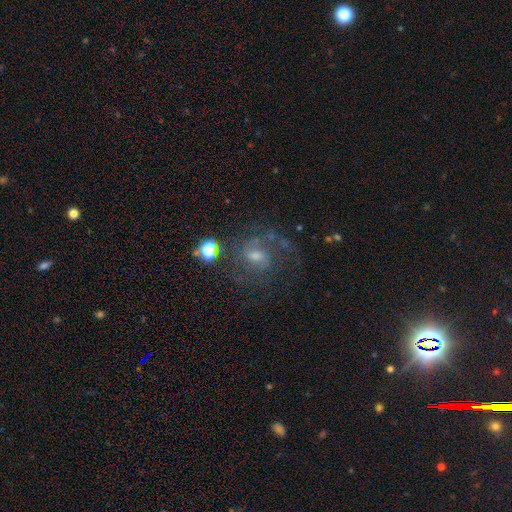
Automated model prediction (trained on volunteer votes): This appears to be a featured or disk galaxy (65%) with a weak bar (48%), 2 (44%) medium (48%) spiral arms (85%) and a moderate central bulge (46%). Merging: none (57%).